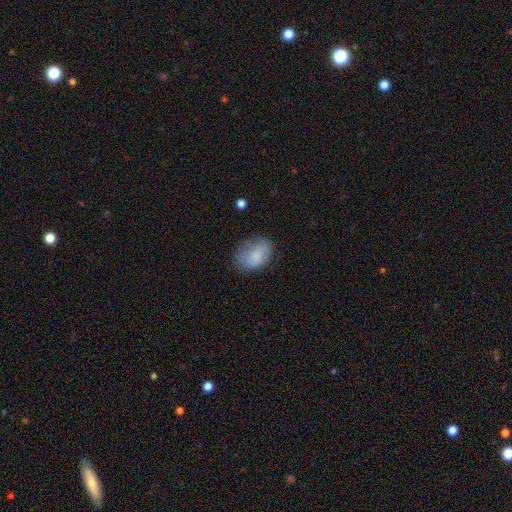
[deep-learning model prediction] A smooth galaxy with no disk features (81%) that is in between round and cigar-shaped (81%).

Vote fractions:
- Smooth or featured? smooth: 81% / featured or disk: 11% / star or artifact: 8%
- How rounded? in between: 81% / round: 18% / cigar-shaped: 1%
- Merging? none: 60% / minor disturbance: 28% / major disturbance: 10% / merger: 2%